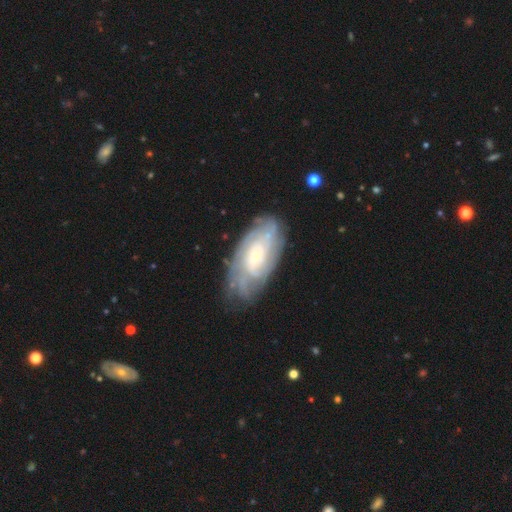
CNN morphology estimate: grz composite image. It shows a featured or disk galaxy (79%) with no bar (70%), tight (70%) spiral arms (91%) and a small central bulge (69%). Merging: none (72%).